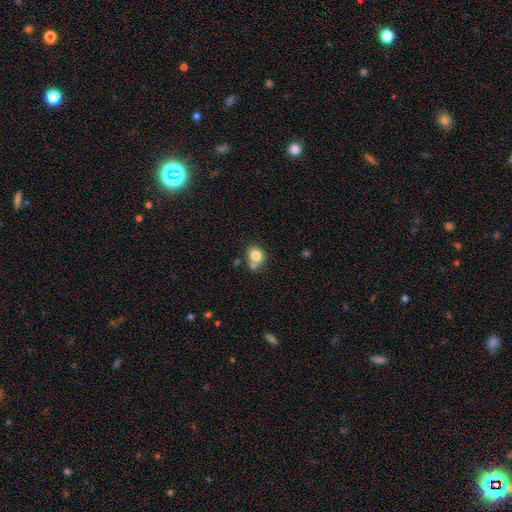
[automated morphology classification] This appears to be a smooth galaxy with no disk features (80%) that is round (70%). Merging: none (53%).